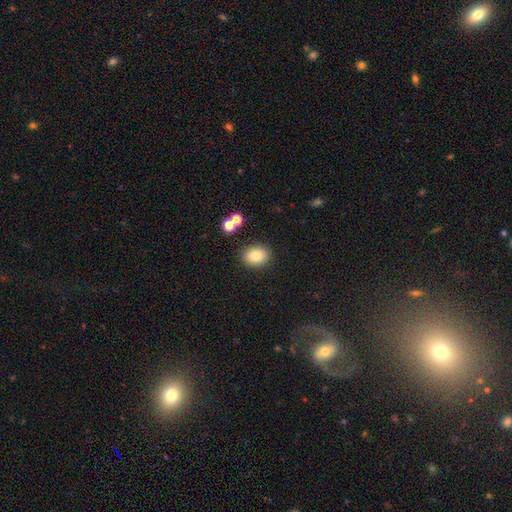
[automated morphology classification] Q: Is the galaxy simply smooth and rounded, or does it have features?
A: smooth — 82%.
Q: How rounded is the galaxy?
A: in between — 62%.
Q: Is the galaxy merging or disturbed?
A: none — 85%.